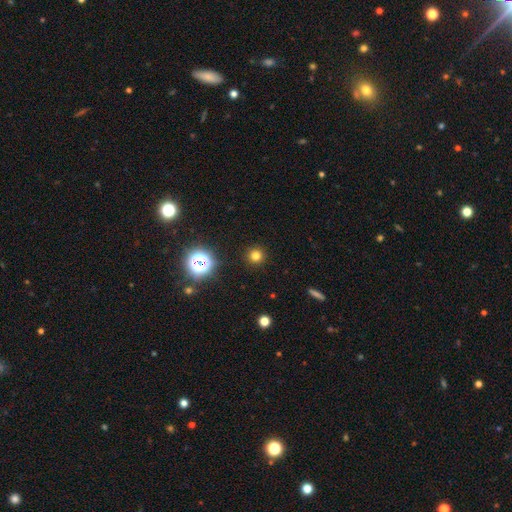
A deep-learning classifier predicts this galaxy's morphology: type=smooth (75%); roundness=round (96%); merging=none (92%).